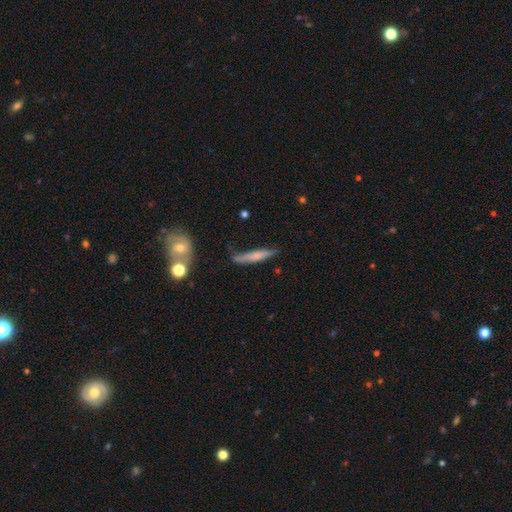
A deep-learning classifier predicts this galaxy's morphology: smooth 58%, featured or disk 36%, star or artifact 7%. Down the decision tree: how rounded — cigar-shaped (89%); merging — none (61%).